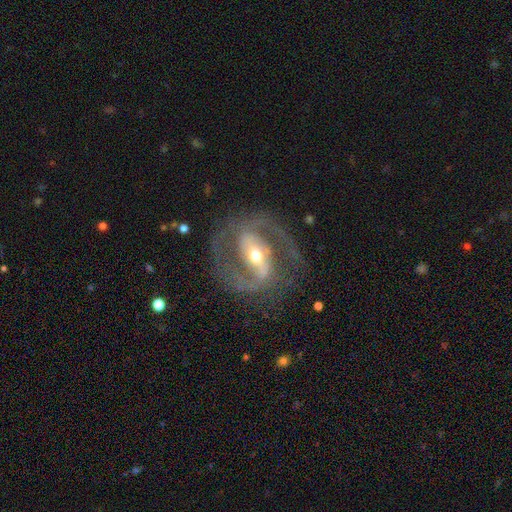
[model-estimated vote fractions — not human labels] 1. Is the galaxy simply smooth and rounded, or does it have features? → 90% featured or disk, 5% smooth, 5% star or artifact.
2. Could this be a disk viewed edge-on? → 96% no, 4% yes.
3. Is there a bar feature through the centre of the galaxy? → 58% strong, 30% weak, 12% no.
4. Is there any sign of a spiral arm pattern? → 95% yes, 5% no.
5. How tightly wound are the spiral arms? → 59% medium, 27% tight, 14% loose.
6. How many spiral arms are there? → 90% 2, 3% can't tell, 2% 3, 2% 1, 1% 4, 1% more than 4.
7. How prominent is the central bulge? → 59% moderate, 34% small, 5% large, 1% none, 1% dominant.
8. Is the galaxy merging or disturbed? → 76% none, 14% minor disturbance, 9% major disturbance, 1% merger.